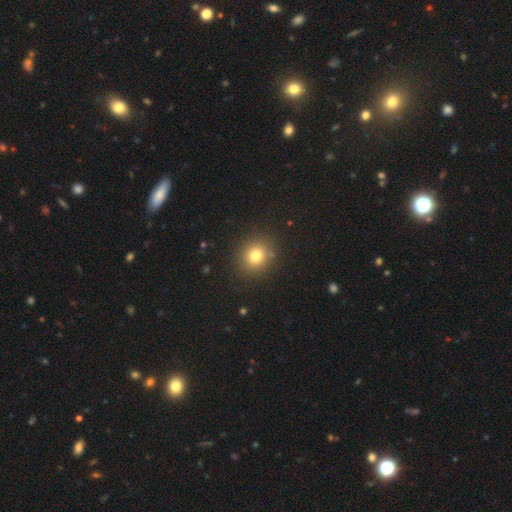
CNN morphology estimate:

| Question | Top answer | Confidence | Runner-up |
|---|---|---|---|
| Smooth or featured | smooth | 78% | star or artifact (14%) |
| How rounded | round | 83% | in between (17%) |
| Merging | none | 88% | minor disturbance (7%) |